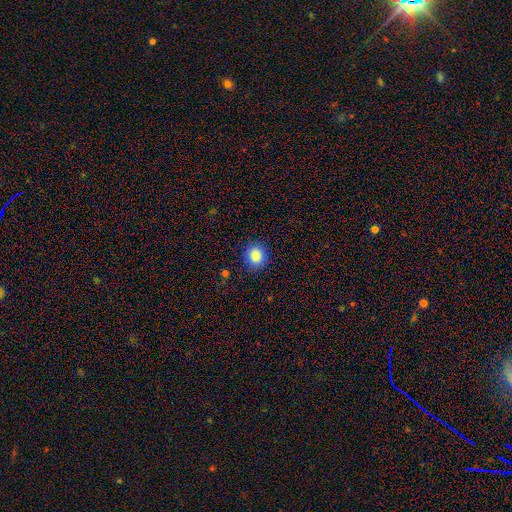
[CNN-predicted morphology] smooth-or-featured: smooth: 86% | star or artifact: 10% | featured or disk: 4%
  how-rounded: round: 77% | in between: 22% | cigar-shaped: 1%
  merging: none: 87% | minor disturbance: 9% | major disturbance: 3% | merger: 1%